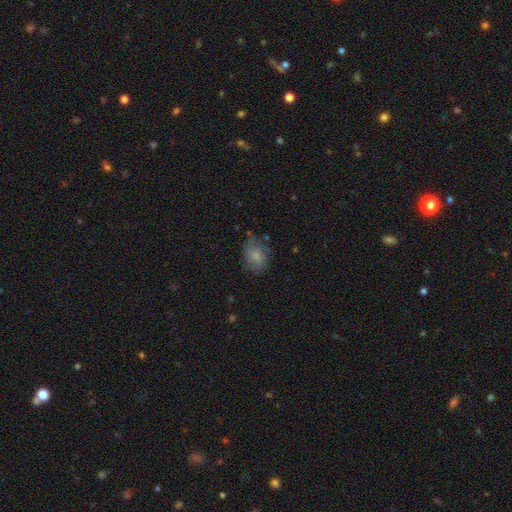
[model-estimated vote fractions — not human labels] This appears to be a smooth galaxy with no disk features (70%) that is in between round and cigar-shaped (68%). Merging: none (60%).